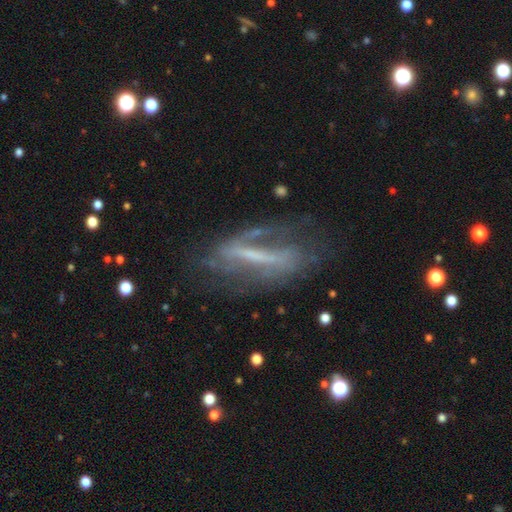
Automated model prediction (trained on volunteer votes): This appears to be a featured or disk galaxy (73%) with a strong bar (64%), spiral arms (64%) and no central bulge (44%). Merging: none (55%).